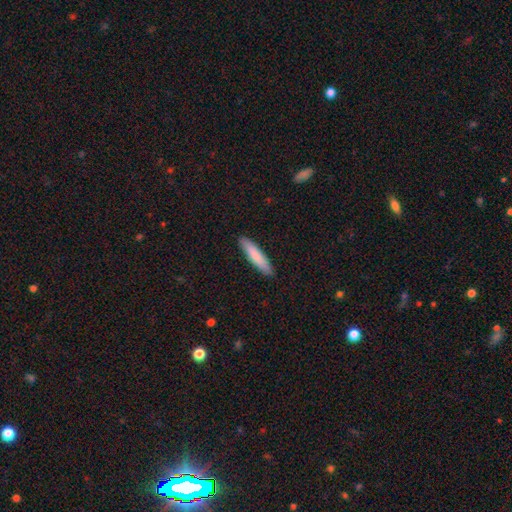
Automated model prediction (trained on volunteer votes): Overall: smooth (83%). How rounded: cigar-shaped (86%). Merging: none (91%).